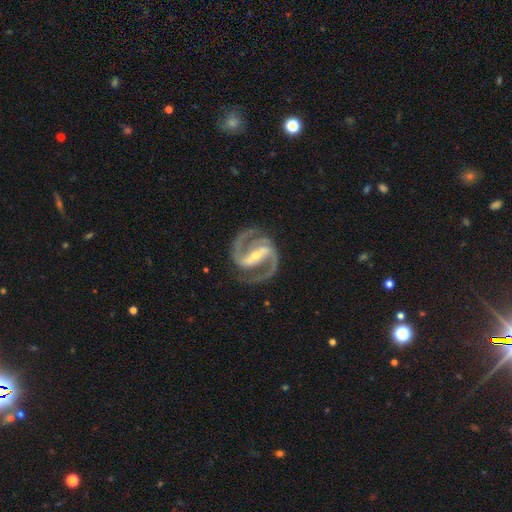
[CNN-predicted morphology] The model was most divided on "bulge size": small: 64%, moderate: 31%, none: 2%, large: 2%, dominant: 1%. More confident: spiral arms — yes (98%); edge-on disk — no (98%); smooth or featured — featured or disk (94%); spiral arm count — 2 (92%); merging — none (82%); bar — strong (74%); spiral winding — medium (64%).